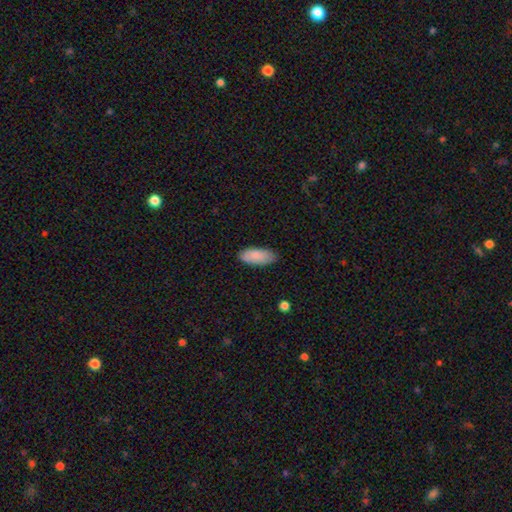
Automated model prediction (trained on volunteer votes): Smooth or featured: smooth — 87% (featured or disk — 7%)
How rounded: in between — 85% (cigar-shaped — 13%)
Merging: none — 84% (minor disturbance — 13%)